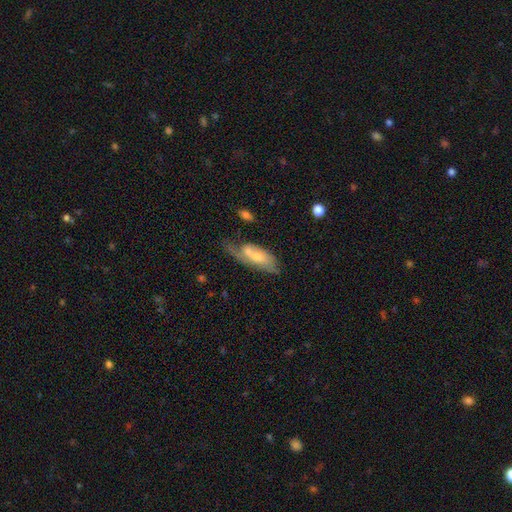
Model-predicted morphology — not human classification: Smooth or featured? Predicted: smooth (p=0.49). Merging? Predicted: none (p=0.31).